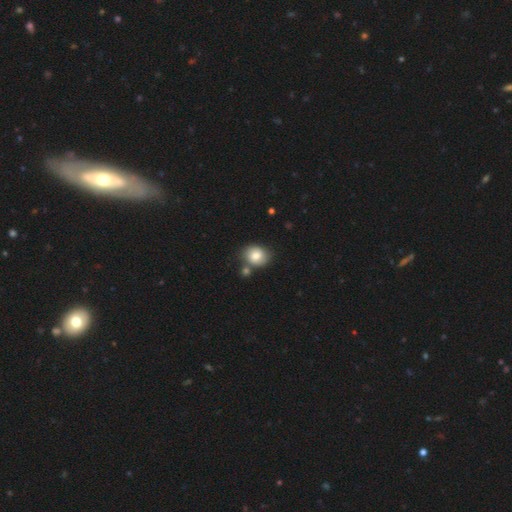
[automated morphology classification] Smooth or featured: smooth — 79% (featured or disk — 13%)
How rounded: round — 62% (in between — 37%)
Merging: none — 64% (merger — 18%)